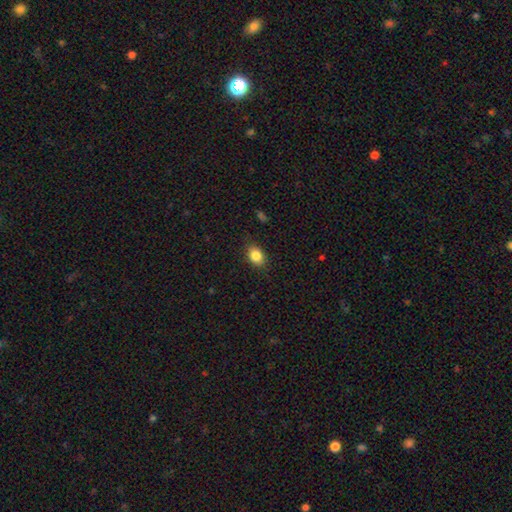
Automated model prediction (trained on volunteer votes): smooth 85%, star or artifact 9%, featured or disk 6%. Down the decision tree: how rounded — in between (73%); merging — none (85%).